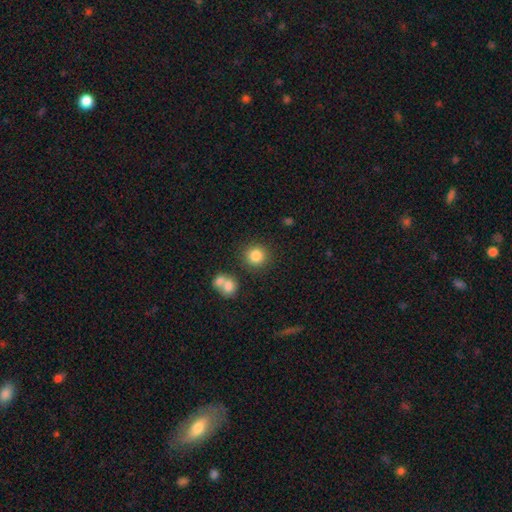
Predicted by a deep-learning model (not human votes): Overall: smooth (83%). How rounded: round (91%). Merging: none (80%).